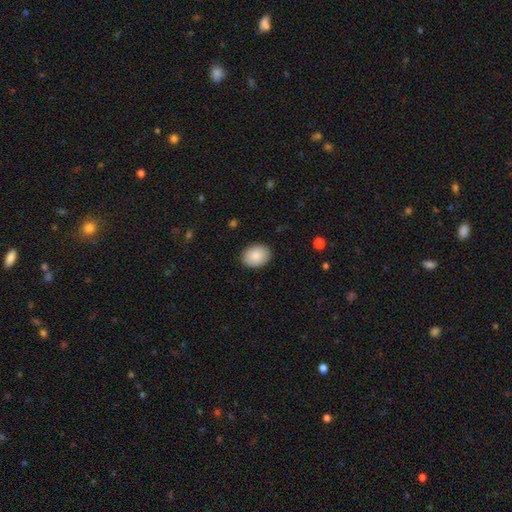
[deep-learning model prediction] This is clearly a smooth galaxy (88%). How rounded: likely in between (67%). Merging: clearly none (89%).